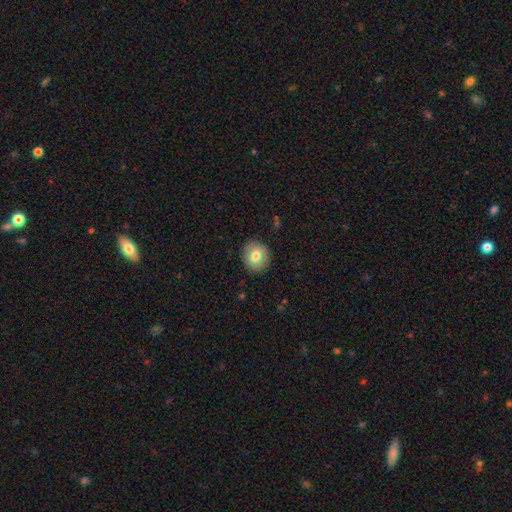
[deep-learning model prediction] Morphology: type=smooth (75%); roundness=round (77%); merging=none (88%).